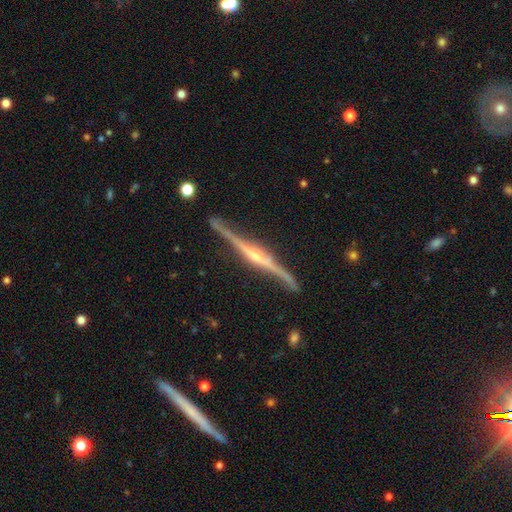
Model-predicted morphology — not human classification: smooth-or-featured: featured or disk: 89% | smooth: 6% | star or artifact: 5%
  disk-edge-on: yes: 97% | no: 3%
    edge-on-bulge: rounded: 77% | boxy: 13% | none: 10%
  merging: none: 84% | minor disturbance: 12% | major disturbance: 2% | merger: 2%